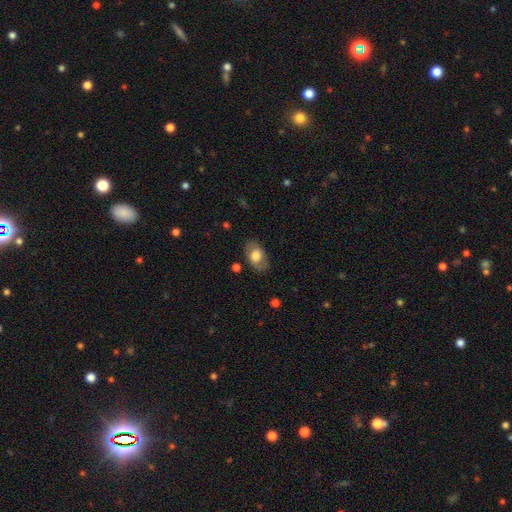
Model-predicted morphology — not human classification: type=smooth (61%); roundness=in between (87%); merging=none (79%).